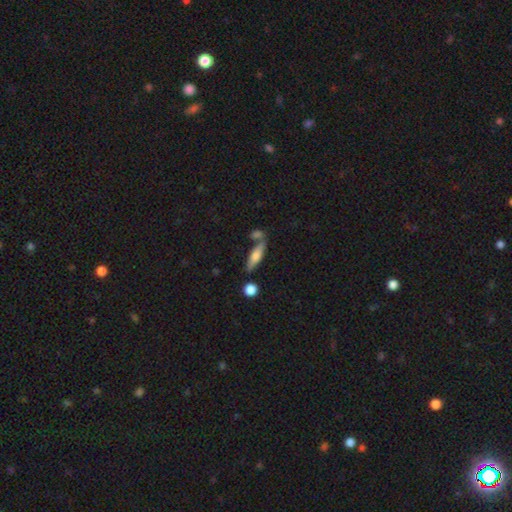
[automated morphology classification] smooth_or_featured: smooth (p=0.61) [alt: featured or disk p=0.32]
how_rounded: cigar-shaped (p=0.61) [alt: in between p=0.36]
merging: none (p=0.67) [alt: merger p=0.15]